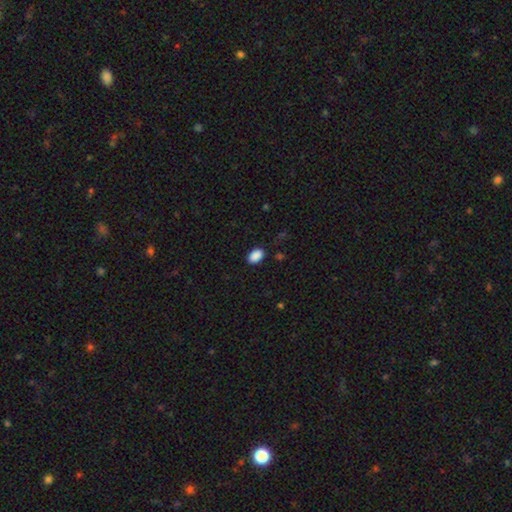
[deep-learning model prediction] Q: Smooth or featured?
A: smooth (89%); runner-up: star or artifact (8%)
Q: How rounded?
A: in between (89%); runner-up: round (9%)
Q: Merging?
A: none (87%); runner-up: minor disturbance (10%)